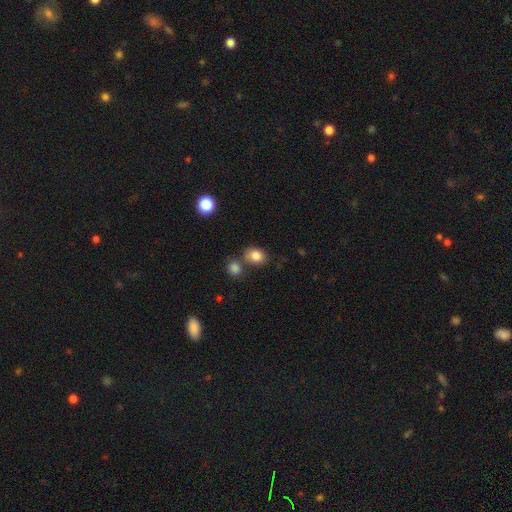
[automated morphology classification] smooth 84%, star or artifact 10%, featured or disk 6%. Down the decision tree: how rounded — in between (51%); merging — none (62%).